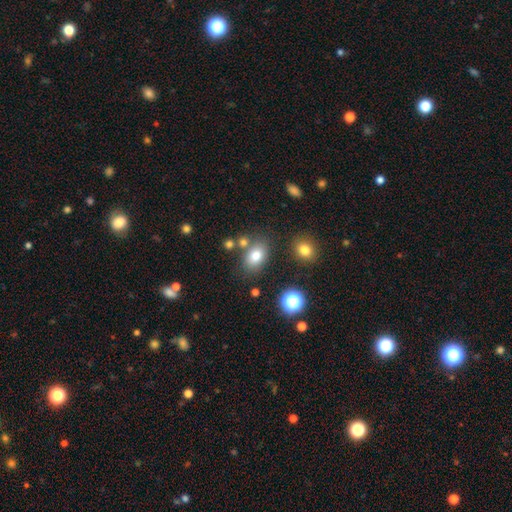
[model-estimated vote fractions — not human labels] Smooth or featured?
  - smooth: 77% *
  - star or artifact: 12%
  - featured or disk: 10%
How rounded?
  - in between: 76% *
  - round: 23%
  - cigar-shaped: 1%
Merging?
  - none: 72% *
  - minor disturbance: 13%
  - merger: 11%
  - major disturbance: 5%